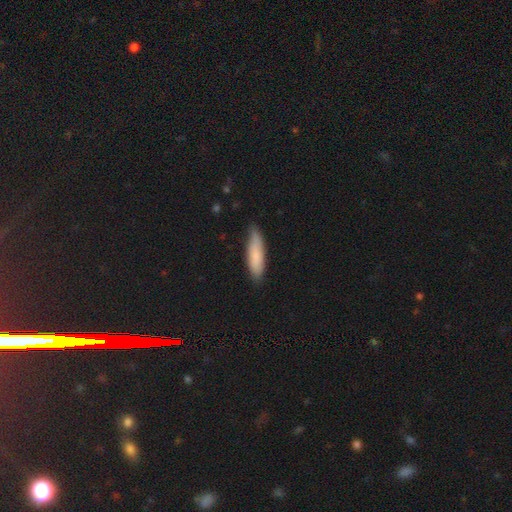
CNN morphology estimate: smooth_or_featured: smooth (p=0.80) [alt: featured or disk p=0.14]
how_rounded: cigar-shaped (p=0.64) [alt: in between p=0.34]
merging: none (p=0.76) [alt: minor disturbance p=0.20]